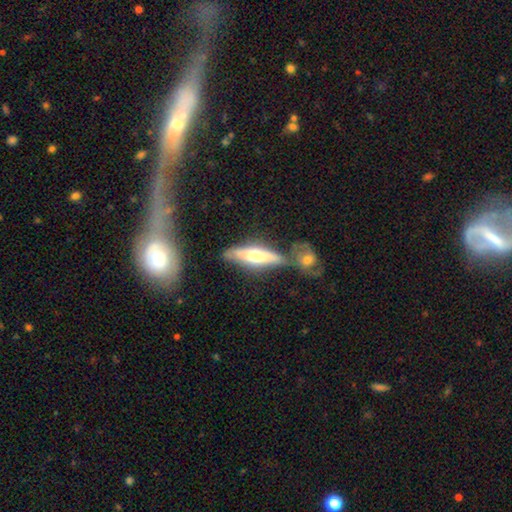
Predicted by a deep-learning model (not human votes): Overall: featured or disk (48%; smooth 46%). Merging: none (56%; merger 21%).